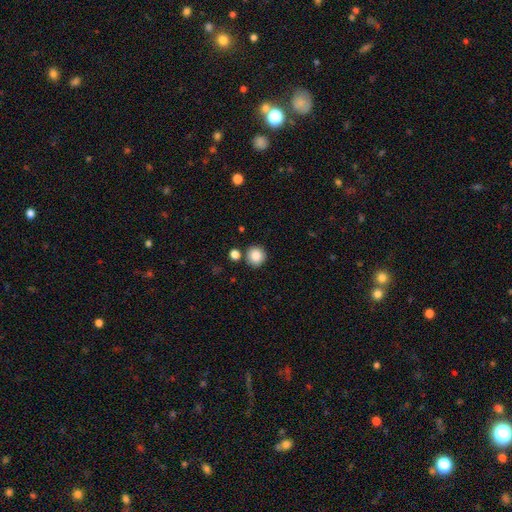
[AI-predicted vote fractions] Smooth or featured? smooth (86%)
How rounded? round (92%)
Merging? none (81%)